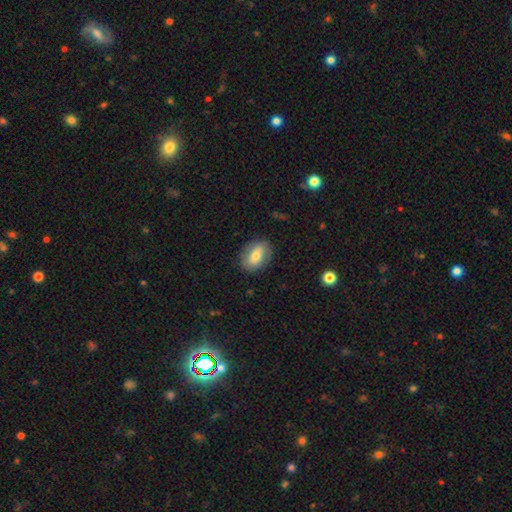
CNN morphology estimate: Smooth or featured: smooth — 69% (featured or disk — 24%)
How rounded: in between — 84% (round — 14%)
Merging: none — 84% (minor disturbance — 12%)